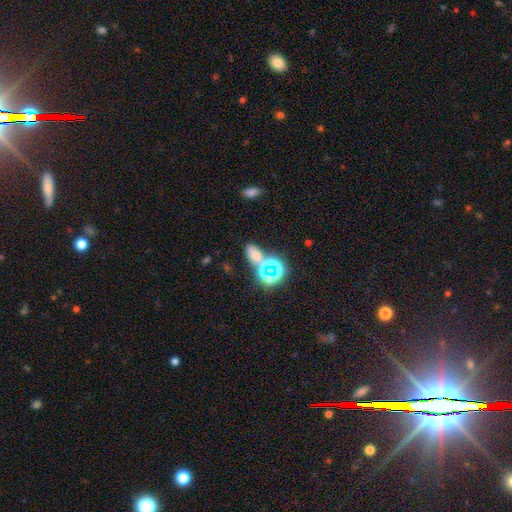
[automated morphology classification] The model was most divided on "smooth or featured": smooth: 49%, star or artifact: 40%, featured or disk: 11%. More confident: merging — none (54%).